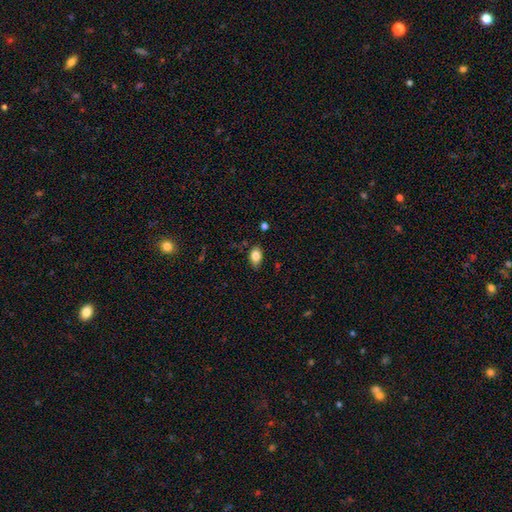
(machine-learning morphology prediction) Smooth or featured?
  - smooth: 82% *
  - featured or disk: 9%
  - star or artifact: 9%
How rounded?
  - in between: 84% *
  - round: 14%
  - cigar-shaped: 2%
Merging?
  - none: 79% *
  - minor disturbance: 16%
  - major disturbance: 3%
  - merger: 2%